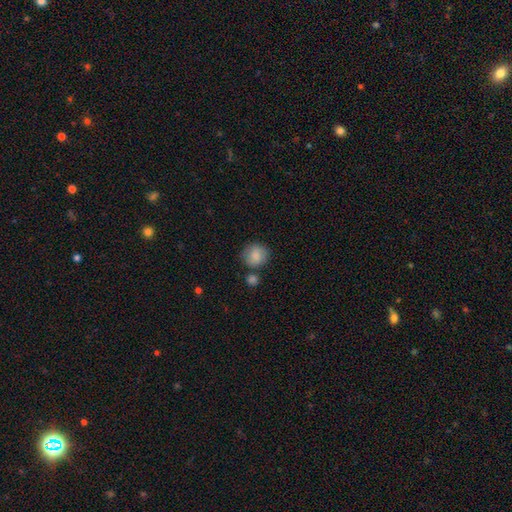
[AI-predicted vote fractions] Smooth or featured? Predicted: smooth (p=0.85). How rounded? Predicted: round (p=0.82). Merging? Predicted: none (p=0.71).